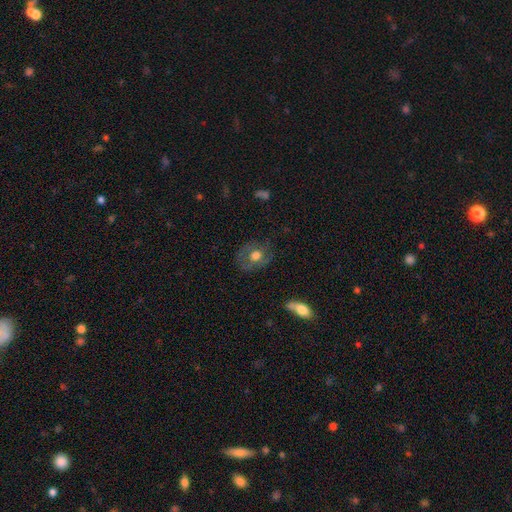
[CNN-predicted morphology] This appears to be a smooth galaxy with no disk features (51%) that is round (60%). Merging: none (72%).